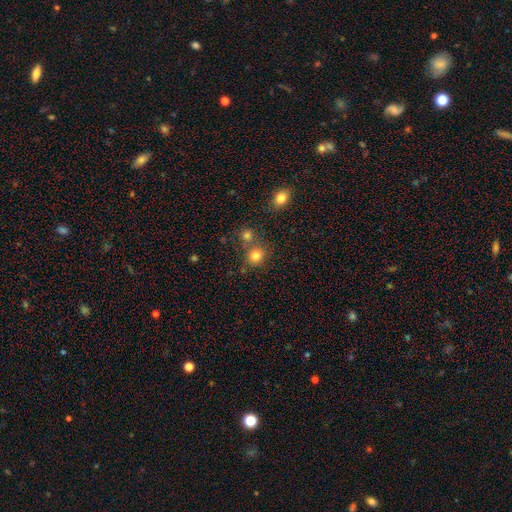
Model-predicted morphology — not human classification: The model was most divided on "merging": none: 63%, merger: 24%, minor disturbance: 9%, major disturbance: 4%. More confident: how rounded — round (84%); smooth or featured — smooth (80%).